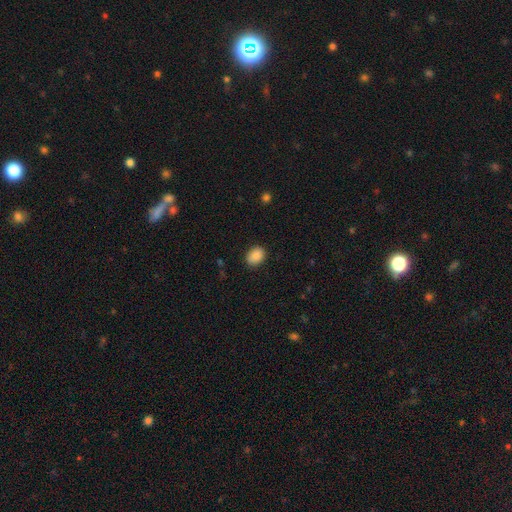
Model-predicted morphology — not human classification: Q: Smooth or featured?
A: smooth (89%); runner-up: star or artifact (8%)
Q: How rounded?
A: in between (68%); runner-up: round (31%)
Q: Merging?
A: none (86%); runner-up: minor disturbance (10%)